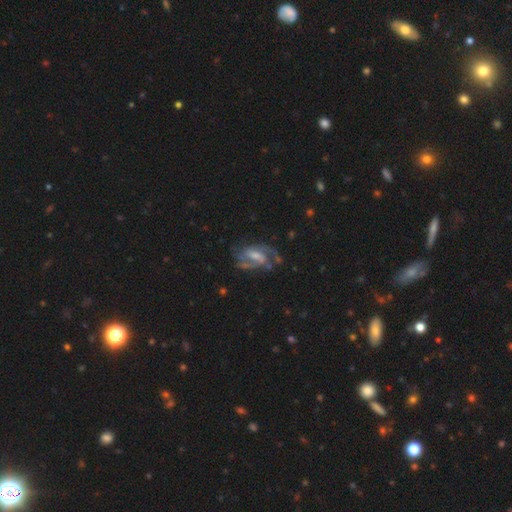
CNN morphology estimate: Smooth or featured? featured or disk (85%)
Edge-on disk? no (97%)
Bar? weak (50%)
Spiral arms? yes (94%)
Spiral winding? medium (55%)
Spiral arm count? 2 (73%)
Bulge size? moderate (42%)
Merging? none (60%)